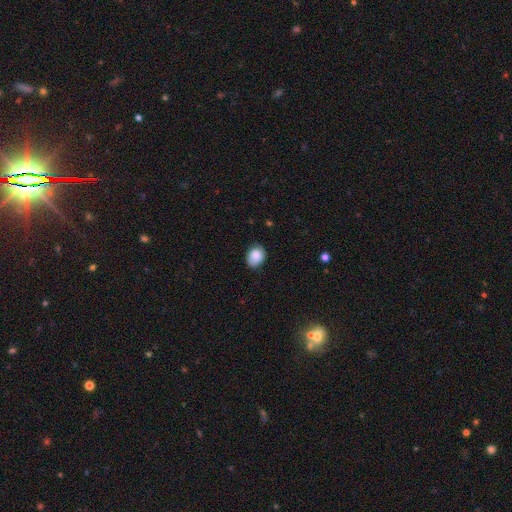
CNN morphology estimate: This is clearly a smooth galaxy (85%). How rounded: possibly in between (58%). Merging: likely none (74%).